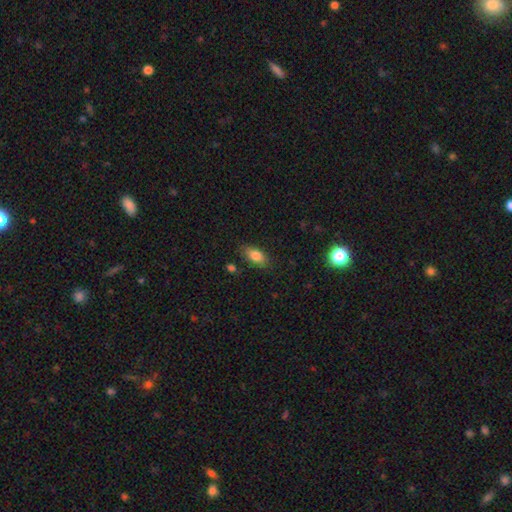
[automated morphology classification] Smooth or featured: smooth — 81% (featured or disk — 11%)
How rounded: in between — 87% (cigar-shaped — 8%)
Merging: none — 81% (minor disturbance — 14%)